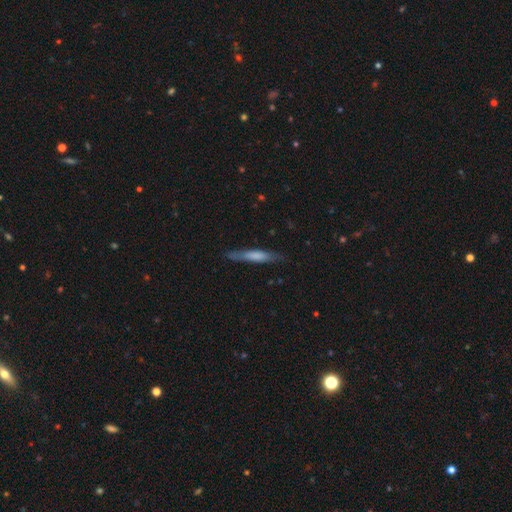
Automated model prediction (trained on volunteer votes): Morphology: type=smooth (61%); roundness=cigar-shaped (89%); merging=none (80%).